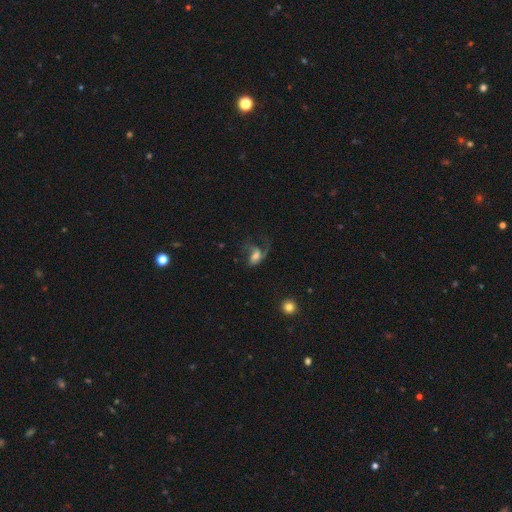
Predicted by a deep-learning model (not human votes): Q: Smooth or featured?
A: featured or disk (58%); runner-up: smooth (31%)
Q: Edge-on disk?
A: no (95%); runner-up: yes (5%)
Q: Bar?
A: no (56%); runner-up: weak (33%)
Q: Spiral arms?
A: yes (80%); runner-up: no (20%)
Q: Bulge size?
A: moderate (46%); runner-up: small (24%)
Q: Merging?
A: major disturbance (52%); runner-up: none (28%)